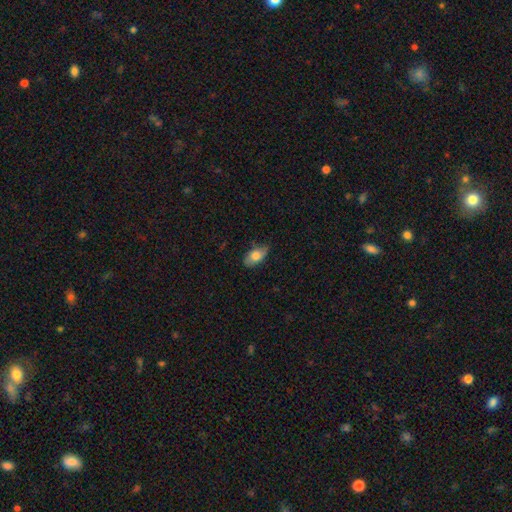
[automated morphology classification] type=smooth (76%); roundness=in between (91%); merging=none (72%).